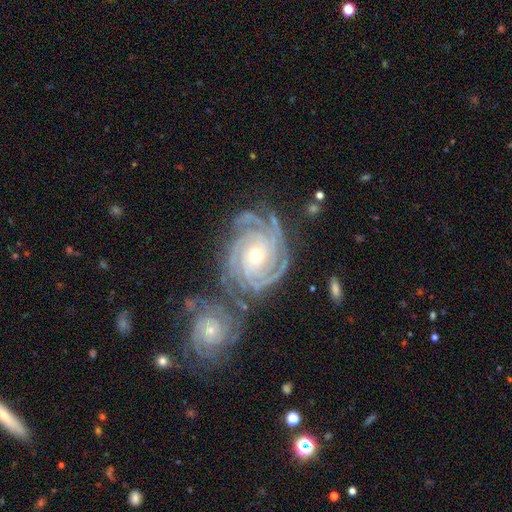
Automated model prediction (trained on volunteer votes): A featured or disk galaxy (93%) with no bar (69%), 4 (42%) tight (83%) spiral arms (99%) and a small central bulge (54%). Merging: none (61%).